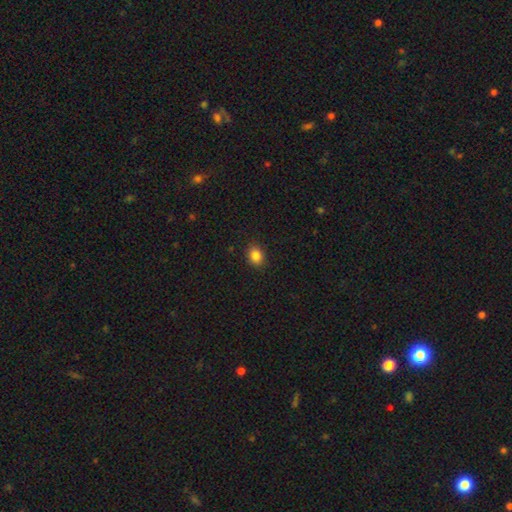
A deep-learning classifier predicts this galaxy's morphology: Overall: smooth (85%). How rounded: in between (50%; round 49%). Merging: none (89%).